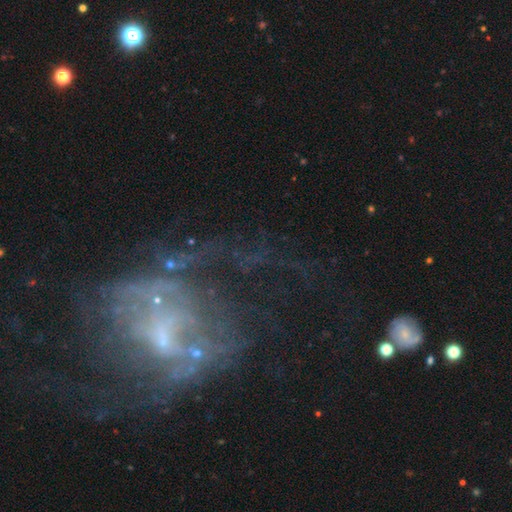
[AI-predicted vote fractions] The model was most divided on "spiral arms": yes: 52%, no: 48%. Remaining: edge-on disk — no (96%); smooth or featured — featured or disk (68%); bar — no (66%); bulge size — small (50%); merging — major disturbance (42%).